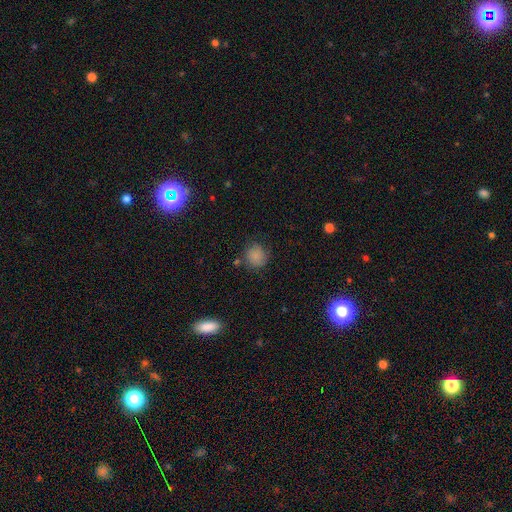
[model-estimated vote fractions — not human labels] smooth-or-featured: smooth: 84% | star or artifact: 10% | featured or disk: 6%
  how-rounded: round: 89% | in between: 10% | cigar-shaped: 1%
  merging: none: 75% | minor disturbance: 16% | merger: 5% | major disturbance: 4%